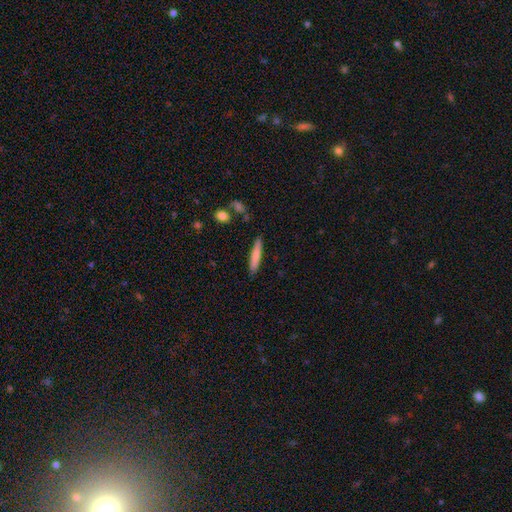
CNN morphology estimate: Smooth or featured? Predicted: smooth (p=0.75). How rounded? Predicted: cigar-shaped (p=0.90). Merging? Predicted: none (p=0.87).